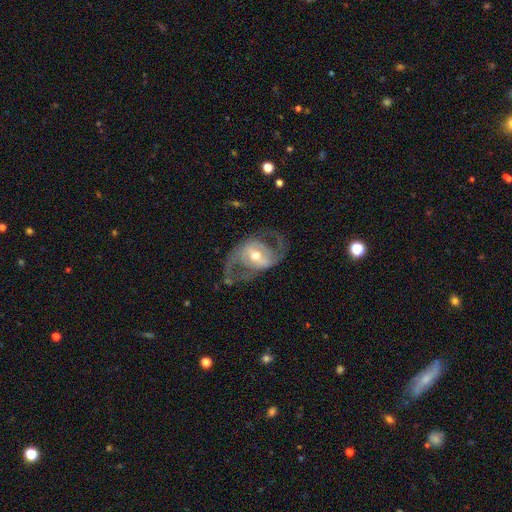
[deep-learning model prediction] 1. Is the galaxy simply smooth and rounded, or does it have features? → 86% featured or disk, 9% smooth, 5% star or artifact.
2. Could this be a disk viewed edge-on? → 96% no, 4% yes.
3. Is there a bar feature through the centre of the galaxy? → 41% weak, 34% strong, 25% no.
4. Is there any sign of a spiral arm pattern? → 90% yes, 10% no.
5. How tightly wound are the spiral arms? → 49% medium, 39% loose, 12% tight.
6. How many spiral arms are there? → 91% 2, 4% can't tell, 2% 1, 1% 3, 1% 4, 1% more than 4.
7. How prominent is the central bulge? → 68% moderate, 23% small, 7% large, 1% dominant, 1% none.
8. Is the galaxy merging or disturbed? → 67% none, 16% major disturbance, 15% minor disturbance, 2% merger.